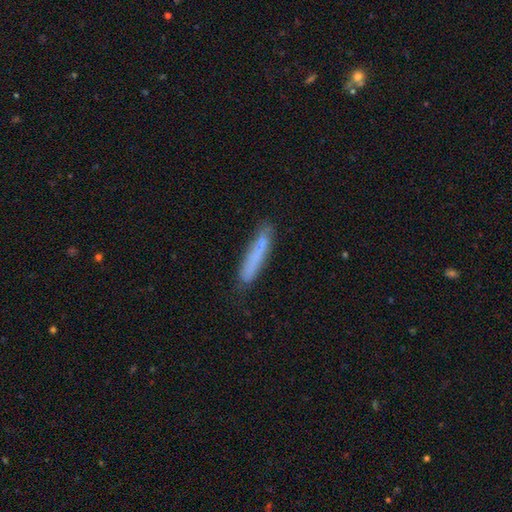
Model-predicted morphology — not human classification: Smooth or featured? Predicted: smooth (p=0.73). How rounded? Predicted: cigar-shaped (p=0.93). Merging? Predicted: none (p=0.84).